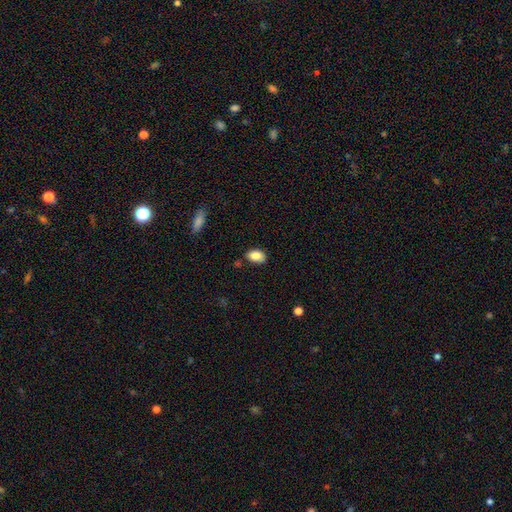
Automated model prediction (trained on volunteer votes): Smooth or featured? Predicted: smooth (p=0.84). How rounded? Predicted: in between (p=0.86). Merging? Predicted: none (p=0.71).